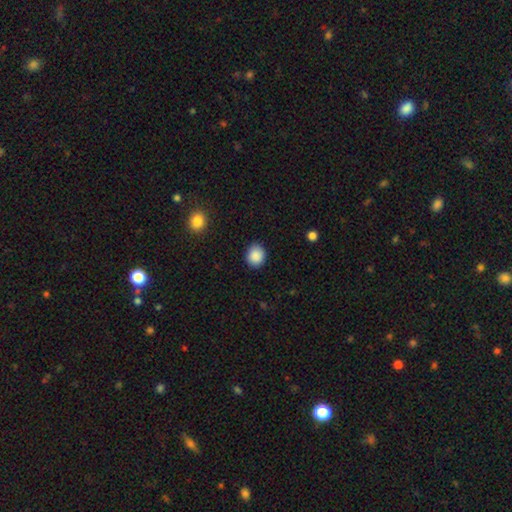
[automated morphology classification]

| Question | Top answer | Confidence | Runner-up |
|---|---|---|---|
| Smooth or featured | smooth | 89% | star or artifact (8%) |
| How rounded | round | 73% | in between (26%) |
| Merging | none | 87% | minor disturbance (10%) |